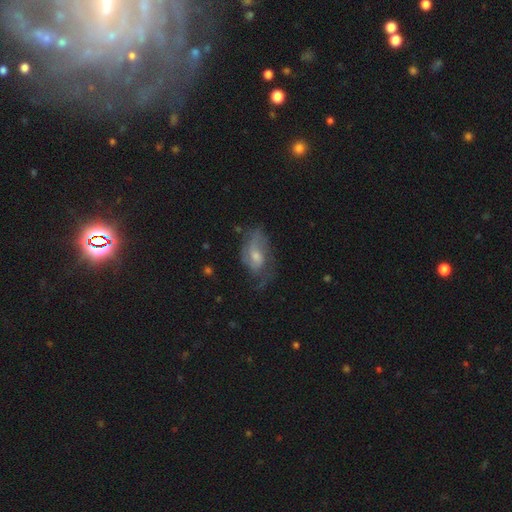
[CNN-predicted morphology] Smooth or featured?
  - featured or disk: 63% *
  - smooth: 28%
  - star or artifact: 8%
Edge-on disk?
  - no: 94% *
  - yes: 6%
Bar?
  - no: 57% *
  - weak: 37%
  - strong: 6%
Spiral arms?
  - yes: 82% *
  - no: 18%
Bulge size?
  - moderate: 51% *
  - small: 37%
  - large: 6%
  - none: 5%
  - dominant: 1%
Merging?
  - none: 48% *
  - minor disturbance: 28%
  - major disturbance: 22%
  - merger: 2%